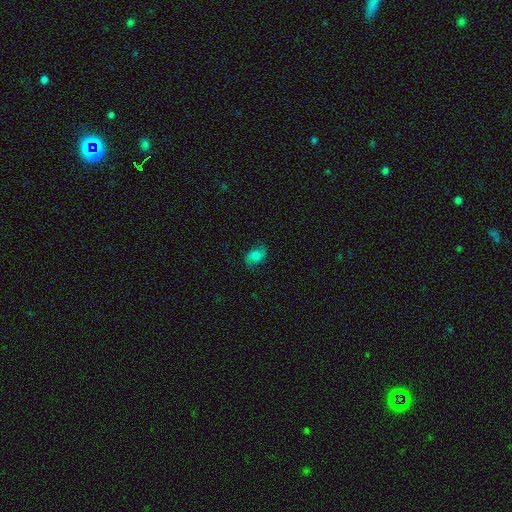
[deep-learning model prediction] The model was most divided on "smooth or featured": smooth: 56%, featured or disk: 32%, star or artifact: 12%. More confident: merging — none (75%); how rounded — in between (75%).